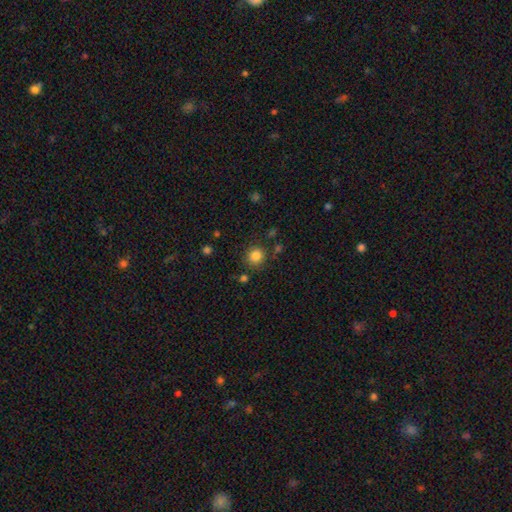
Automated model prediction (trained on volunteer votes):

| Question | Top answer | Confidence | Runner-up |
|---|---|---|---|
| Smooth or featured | smooth | 83% | star or artifact (12%) |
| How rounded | round | 92% | in between (7%) |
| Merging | none | 83% | minor disturbance (9%) |